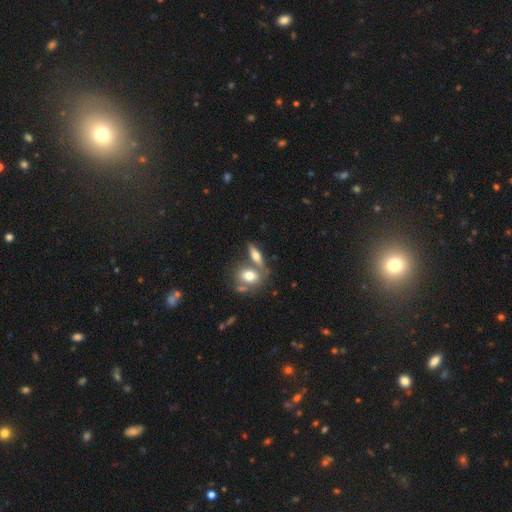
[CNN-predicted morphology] smooth 58%, featured or disk 34%, star or artifact 8%. Down the decision tree: how rounded — in between (56%); merging — none (53%).